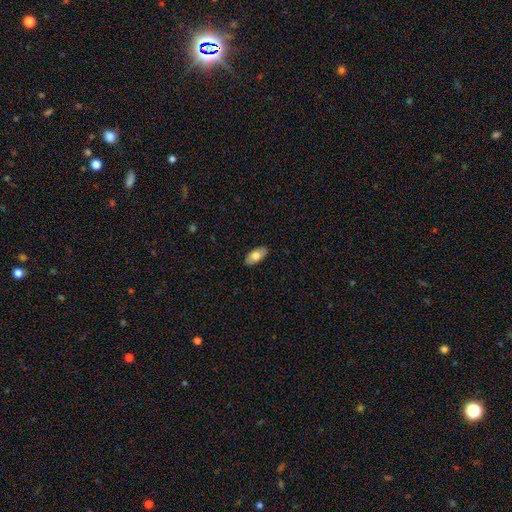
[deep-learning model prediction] smooth-or-featured: smooth: 70% | featured or disk: 24% | star or artifact: 6%
  how-rounded: in between: 91% | cigar-shaped: 6% | round: 3%
  merging: none: 87% | minor disturbance: 11% | major disturbance: 2% | merger: 1%